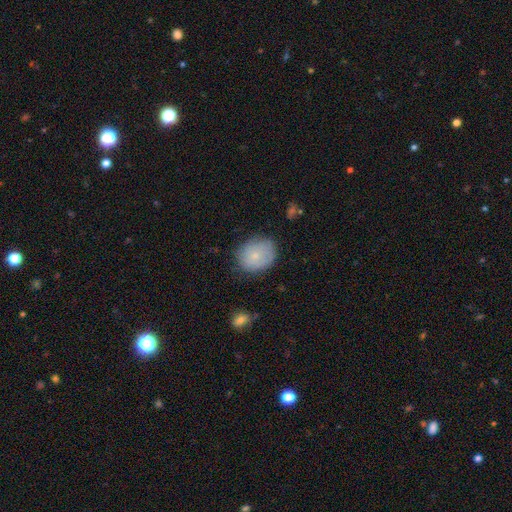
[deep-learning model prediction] This appears to be a smooth galaxy with no disk features (73%) that is round (62%). Merging: none (73%).